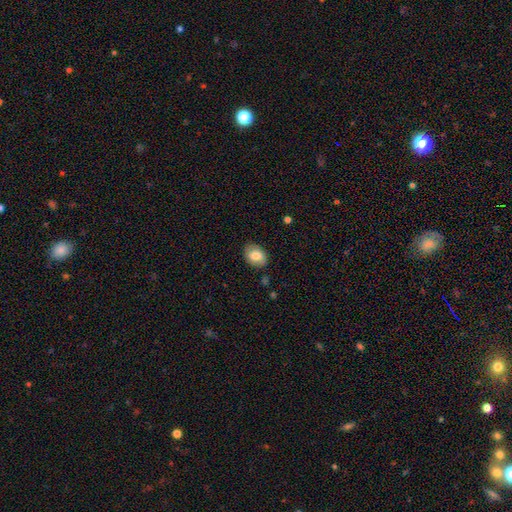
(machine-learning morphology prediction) Smooth or featured: smooth — 78% (featured or disk — 15%)
How rounded: in between — 78% (round — 21%)
Merging: none — 84% (minor disturbance — 12%)